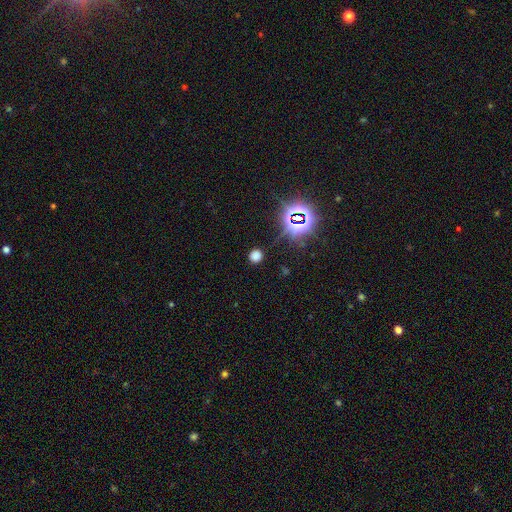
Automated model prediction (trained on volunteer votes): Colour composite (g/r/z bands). It shows a smooth galaxy with no disk features (61%) that is round (86%). Merging: none (85%).